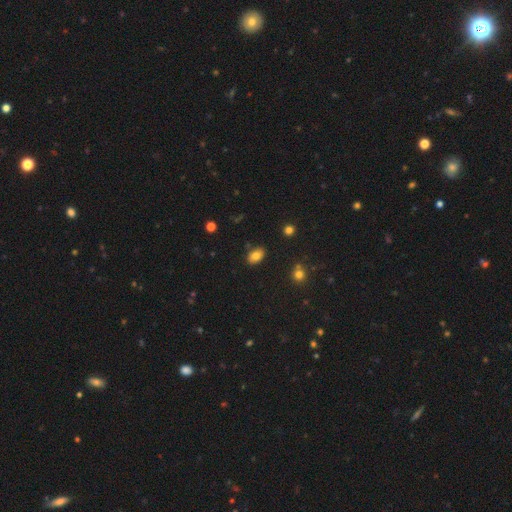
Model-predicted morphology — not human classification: smooth-or-featured: smooth: 82% | star or artifact: 10% | featured or disk: 8%
  how-rounded: in between: 88% | round: 10% | cigar-shaped: 1%
  merging: none: 84% | minor disturbance: 11% | merger: 3% | major disturbance: 2%